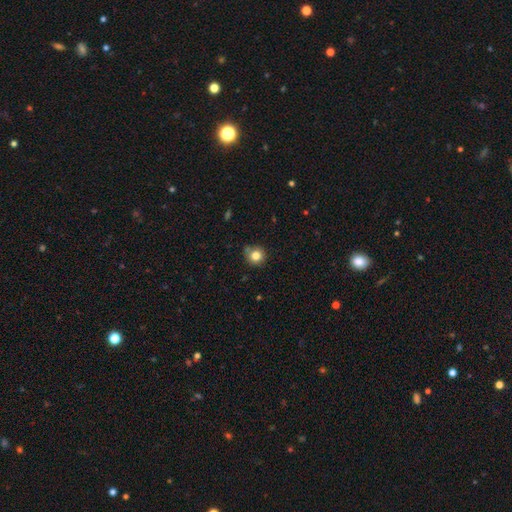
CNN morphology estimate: Smooth or featured?
  - smooth: 82% *
  - star or artifact: 11%
  - featured or disk: 7%
How rounded?
  - round: 92% *
  - in between: 7%
  - cigar-shaped: 1%
Merging?
  - none: 76% *
  - minor disturbance: 16%
  - merger: 4%
  - major disturbance: 3%